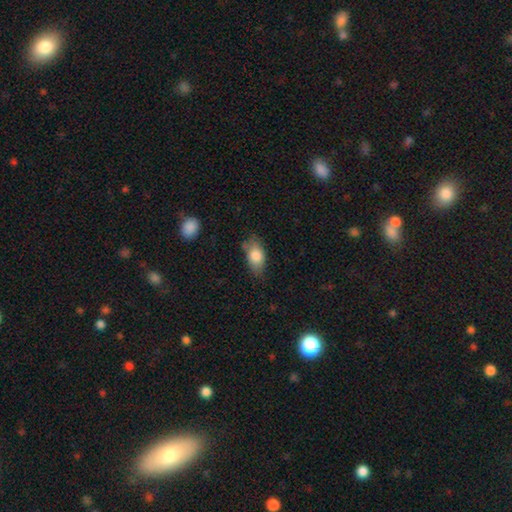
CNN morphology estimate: Smooth or featured? smooth (82%)
How rounded? in between (88%)
Merging? none (67%)